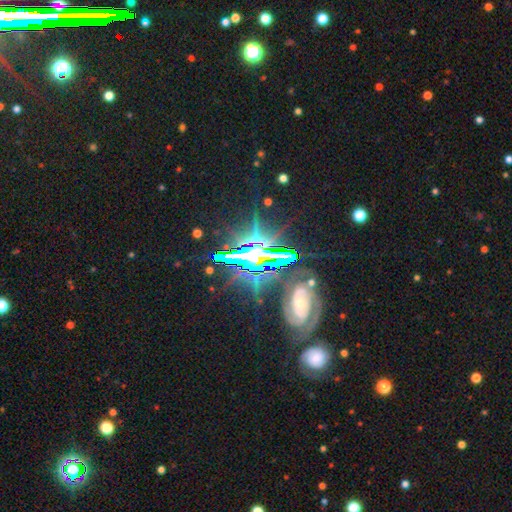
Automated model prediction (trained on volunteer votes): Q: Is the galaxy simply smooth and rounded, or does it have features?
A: star or artifact — 70%.